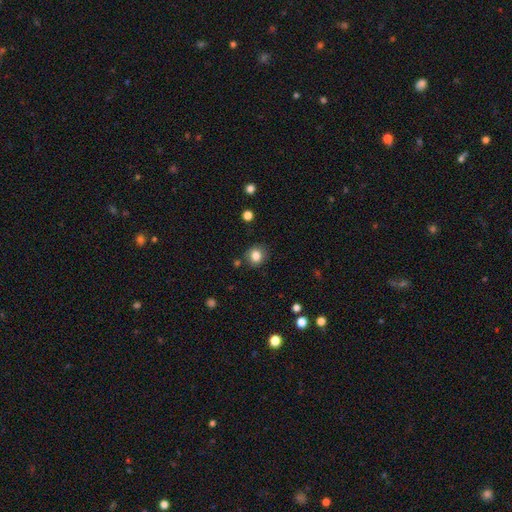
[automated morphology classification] Smooth or featured: smooth — 82% (star or artifact — 11%)
How rounded: round — 84% (in between — 15%)
Merging: none — 84% (minor disturbance — 10%)